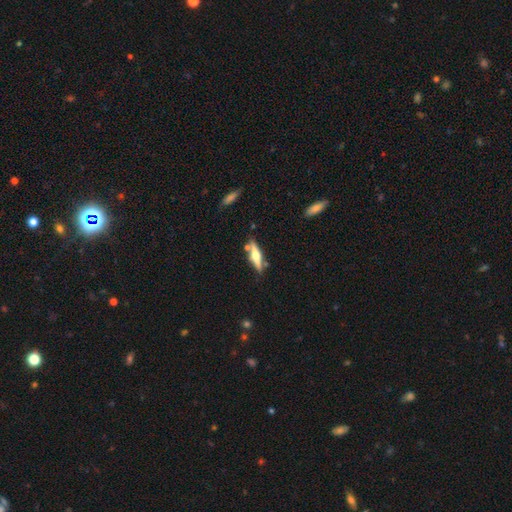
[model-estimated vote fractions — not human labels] Morphology: type=featured or disk (64%); edge-on=yes (95%); edge-on bulge=rounded (92%); merging=none (77%).